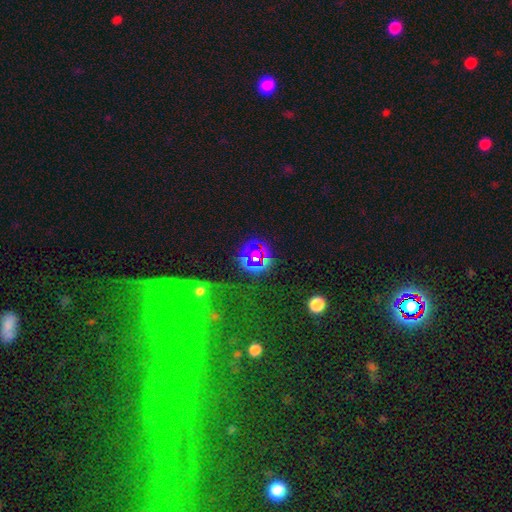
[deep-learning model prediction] A star or artifact, not a galaxy (59%).

Vote fractions:
- Smooth or featured? star or artifact: 59% / smooth: 26% / featured or disk: 15%